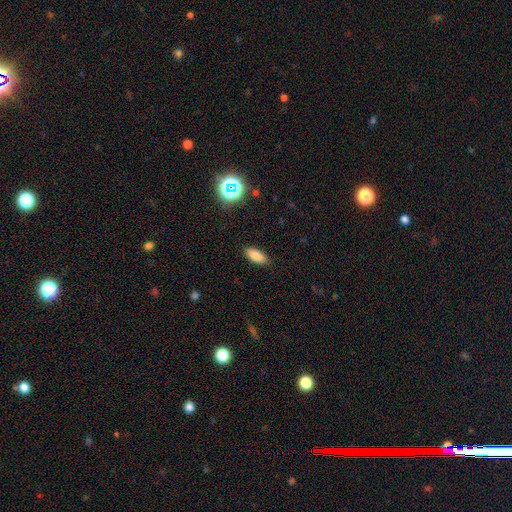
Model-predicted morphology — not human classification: Smooth or featured: smooth — 84% (star or artifact — 10%)
How rounded: in between — 80% (cigar-shaped — 17%)
Merging: none — 89% (minor disturbance — 8%)